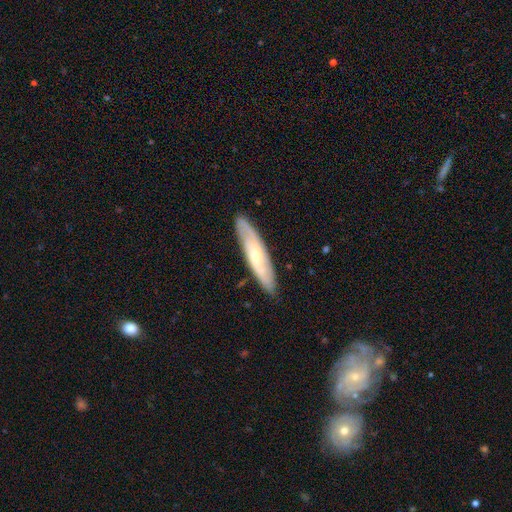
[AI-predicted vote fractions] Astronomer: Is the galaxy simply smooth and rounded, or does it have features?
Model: featured or disk — 58% (runner-up: smooth, 36%).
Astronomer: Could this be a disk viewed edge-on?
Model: no — 55% (runner-up: yes, 45%).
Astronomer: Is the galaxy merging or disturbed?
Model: none — 85%.